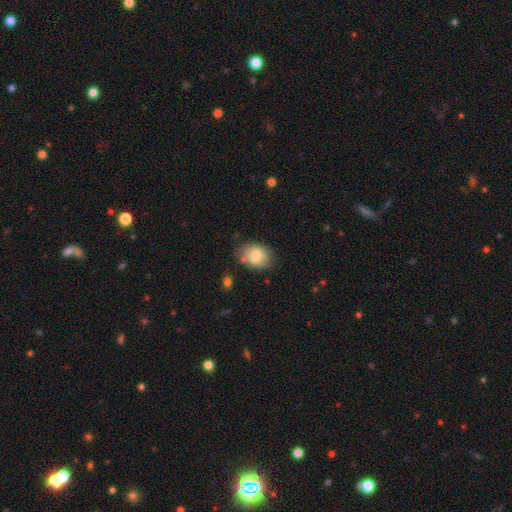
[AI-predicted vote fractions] Smooth or featured? Predicted: smooth (p=0.79). How rounded? Predicted: in between (p=0.64). Merging? Predicted: none (p=0.73).